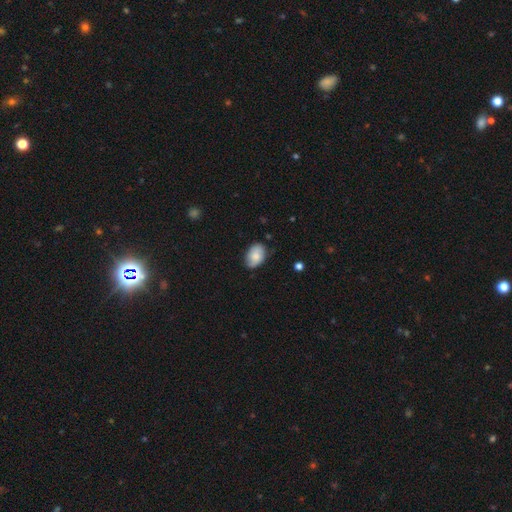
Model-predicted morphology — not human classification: Overall: smooth (75%). How rounded: in between (84%). Merging: none (72%).